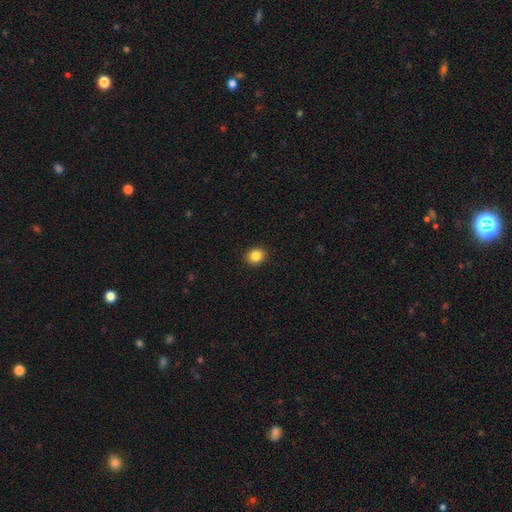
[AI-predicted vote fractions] A smooth galaxy with no disk features (86%) that is round (76%).

Vote fractions:
- Smooth or featured? smooth: 86% / star or artifact: 10% / featured or disk: 4%
- How rounded? round: 76% / in between: 23% / cigar-shaped: 1%
- Merging? none: 92% / minor disturbance: 5% / major disturbance: 2% / merger: 1%